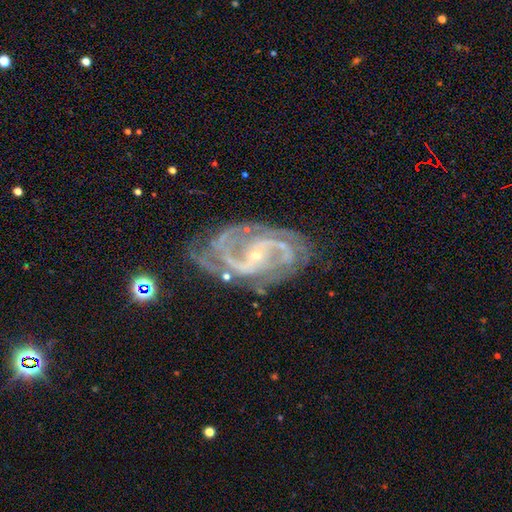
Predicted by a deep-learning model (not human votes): A featured or disk galaxy (91%) with no bar (45%), 2 (61%) medium (52%) spiral arms (97%) and a small central bulge (86%). Merging: none (61%).